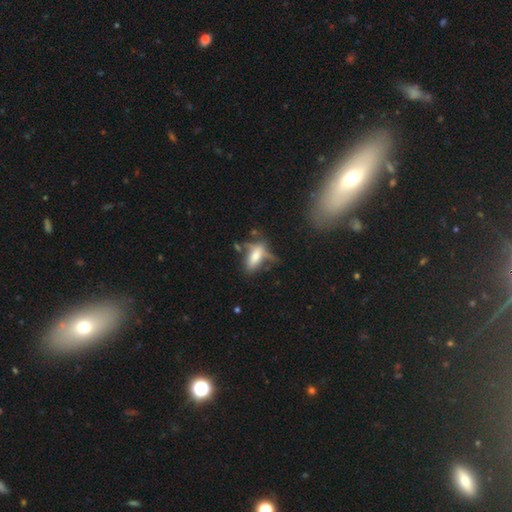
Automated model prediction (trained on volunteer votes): smooth-or-featured: smooth: 57% | featured or disk: 33% | star or artifact: 10%
  how-rounded: in between: 71% | cigar-shaped: 25% | round: 4%
  merging: none: 39% | minor disturbance: 25% | major disturbance: 24% | merger: 13%